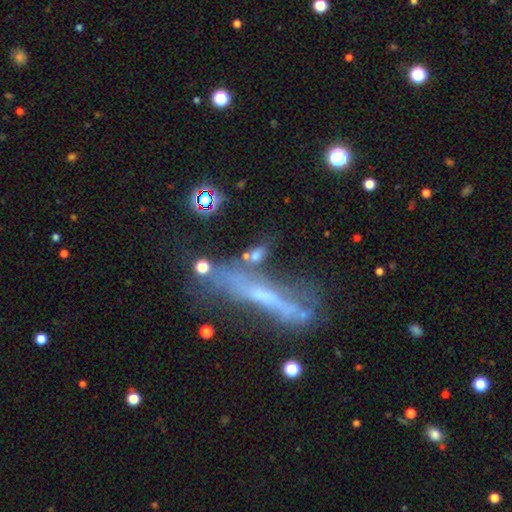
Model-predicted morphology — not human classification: This appears to be a smooth galaxy with no disk features (57%) that is in between round and cigar-shaped (56%). Merging: none (55%).